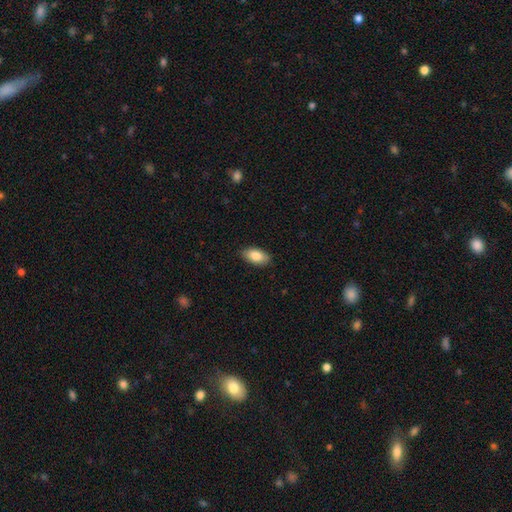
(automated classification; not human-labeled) Smooth or featured? Predicted: smooth (p=0.85). How rounded? Predicted: in between (p=0.93). Merging? Predicted: none (p=0.87).